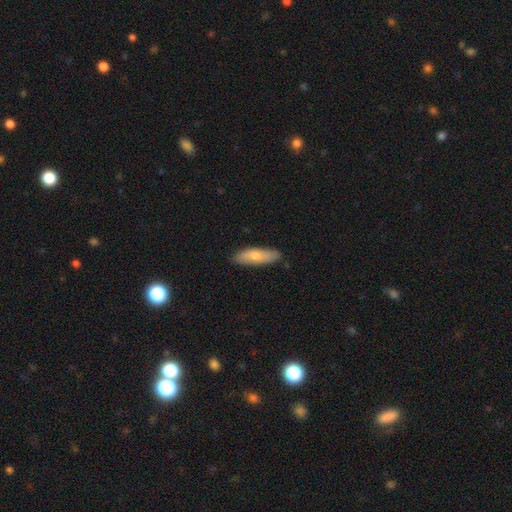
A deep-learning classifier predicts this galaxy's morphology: Smooth or featured? smooth (76%)
How rounded? cigar-shaped (51%)
Merging? none (83%)